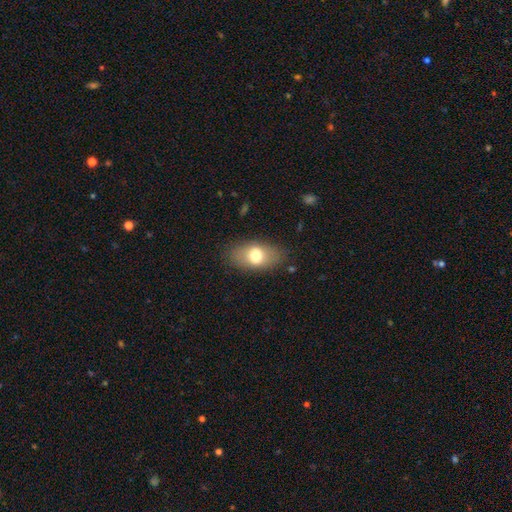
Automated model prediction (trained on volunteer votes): The model was most divided on "smooth or featured": smooth: 70%, featured or disk: 22%, star or artifact: 8%. More confident: how rounded — in between (89%); merging — none (82%).